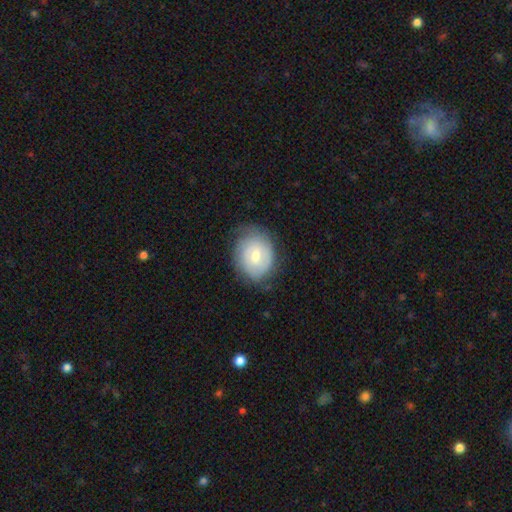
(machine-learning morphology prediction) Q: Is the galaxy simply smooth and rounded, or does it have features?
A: smooth — 48%.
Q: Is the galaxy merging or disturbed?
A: none — 70%.